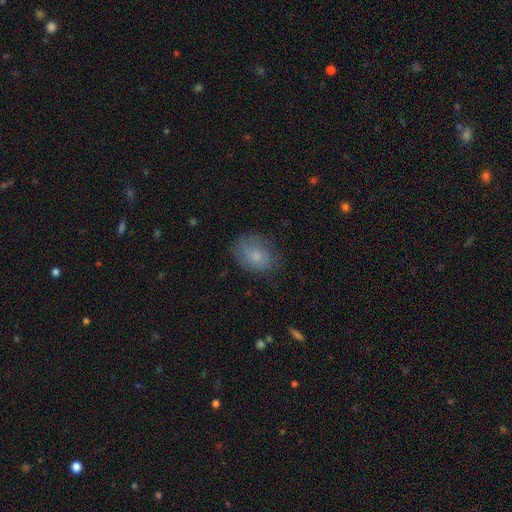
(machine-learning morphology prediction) Smooth or featured? Predicted: smooth (p=0.77). How rounded? Predicted: in between (p=0.72). Merging? Predicted: none (p=0.71).